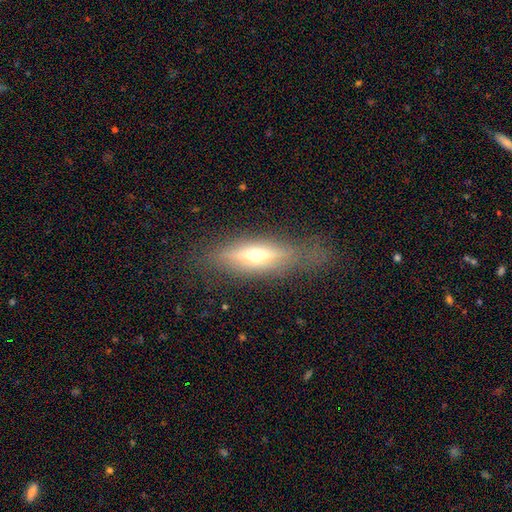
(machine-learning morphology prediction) Smooth or featured? Predicted: featured or disk (p=0.56). Edge-on disk? Predicted: yes (p=0.84). Merging? Predicted: none (p=0.72).